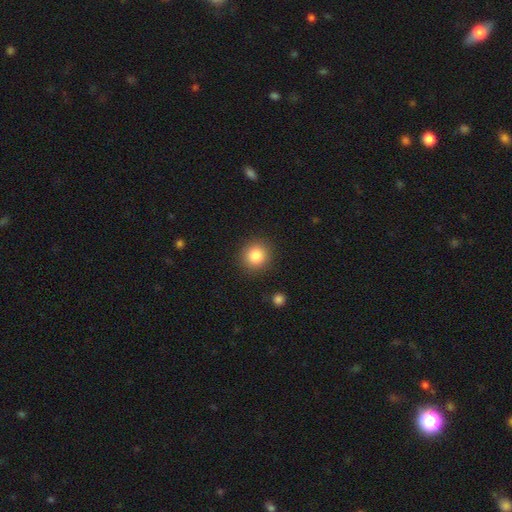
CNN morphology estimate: Smooth or featured: smooth — 84% (star or artifact — 10%)
How rounded: round — 91% (in between — 8%)
Merging: none — 90% (minor disturbance — 6%)